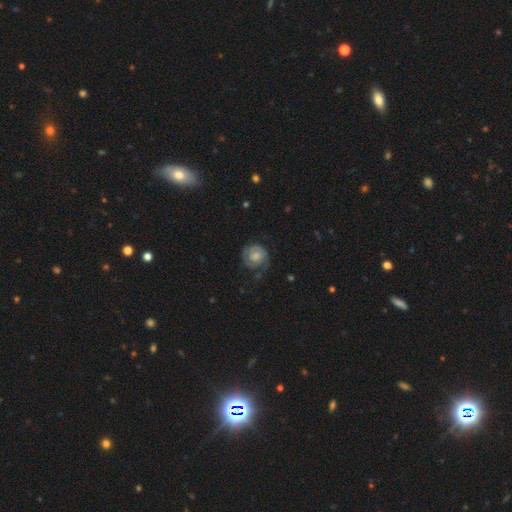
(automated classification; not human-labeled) A featured or disk galaxy (66%) with no bar (68%), 2 (59%) tight (62%) spiral arms (91%) and a moderate central bulge (44%). Merging: none (64%).